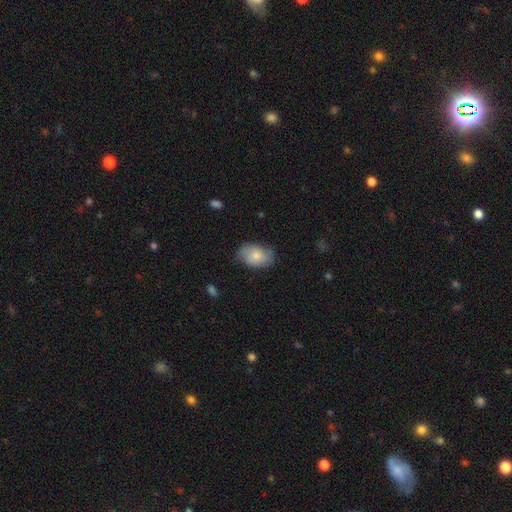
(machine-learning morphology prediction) This appears to be a smooth galaxy with no disk features (73%) that is in between round and cigar-shaped (87%). Merging: none (70%).